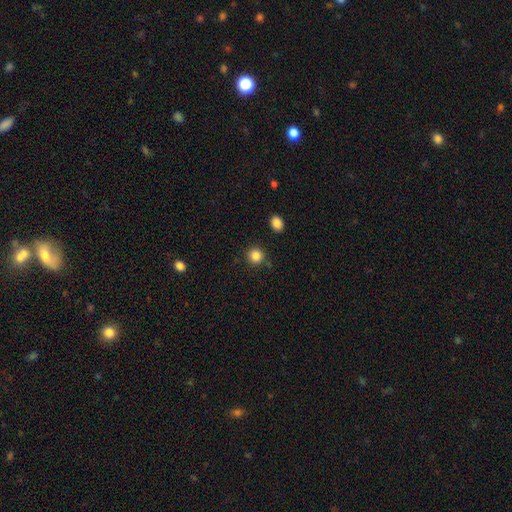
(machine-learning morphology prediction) This is clearly a smooth galaxy (86%). How rounded: clearly round (89%). Merging: clearly none (85%).